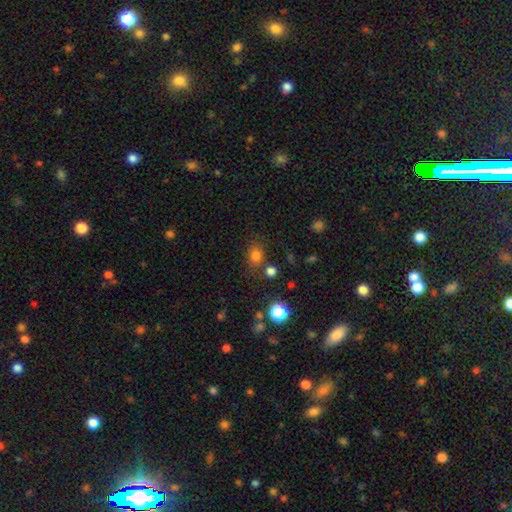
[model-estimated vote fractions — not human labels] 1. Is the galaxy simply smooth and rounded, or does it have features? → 78% smooth, 16% star or artifact, 6% featured or disk.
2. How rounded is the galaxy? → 62% round, 37% in between, 1% cigar-shaped.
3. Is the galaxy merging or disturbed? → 72% none, 14% minor disturbance, 9% merger, 6% major disturbance.